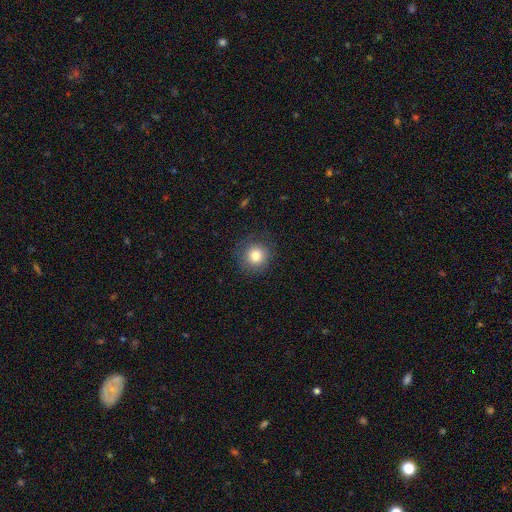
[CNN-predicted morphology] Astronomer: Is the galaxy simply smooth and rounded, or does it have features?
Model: smooth — 82%.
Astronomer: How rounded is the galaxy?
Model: round — 92%.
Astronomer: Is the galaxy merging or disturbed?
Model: none — 87%.